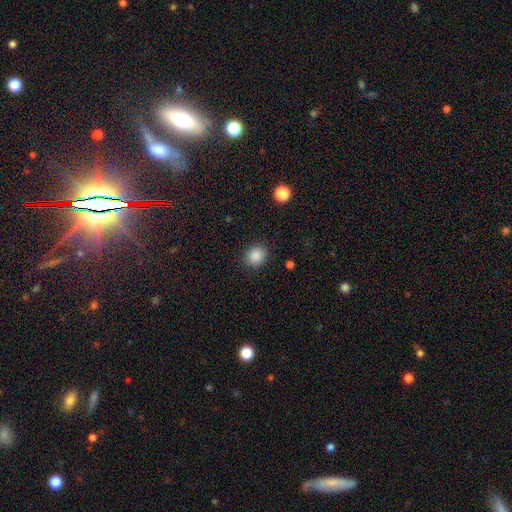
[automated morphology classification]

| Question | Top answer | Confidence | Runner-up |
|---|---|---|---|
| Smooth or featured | smooth | 87% | star or artifact (10%) |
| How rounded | round | 70% | in between (29%) |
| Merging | none | 88% | minor disturbance (8%) |